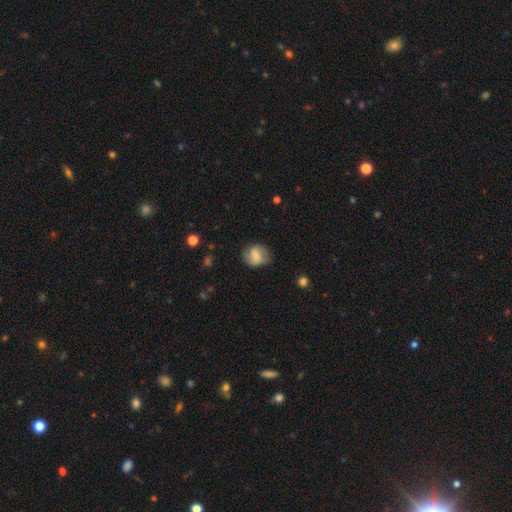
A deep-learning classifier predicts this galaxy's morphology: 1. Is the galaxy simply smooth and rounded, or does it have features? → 56% smooth, 36% featured or disk, 8% star or artifact.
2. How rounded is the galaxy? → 57% round, 41% in between, 2% cigar-shaped.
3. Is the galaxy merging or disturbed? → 70% none, 21% minor disturbance, 8% major disturbance, 2% merger.